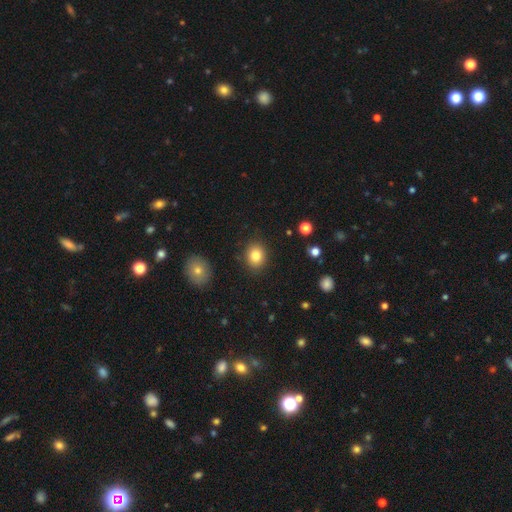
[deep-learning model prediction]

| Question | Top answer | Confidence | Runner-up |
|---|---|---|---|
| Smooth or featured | smooth | 83% | star or artifact (10%) |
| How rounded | round | 61% | in between (38%) |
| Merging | none | 88% | minor disturbance (8%) |